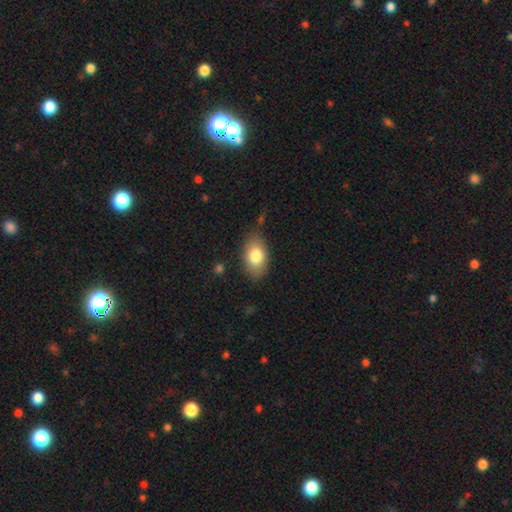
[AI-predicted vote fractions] Smooth or featured: smooth — 79% (featured or disk — 13%)
How rounded: in between — 88% (round — 11%)
Merging: none — 75% (minor disturbance — 17%)